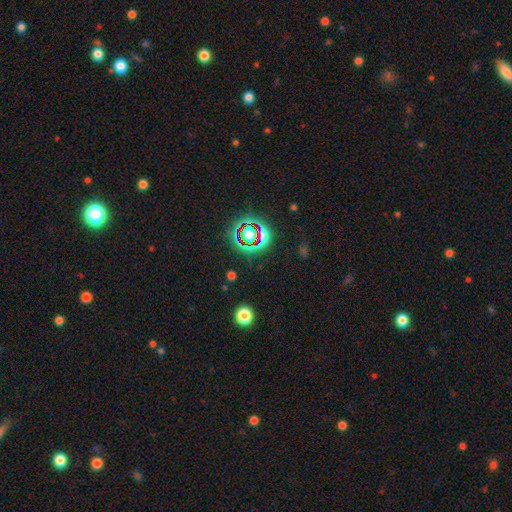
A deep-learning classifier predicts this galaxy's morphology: Smooth or featured? Predicted: star or artifact (p=0.78).